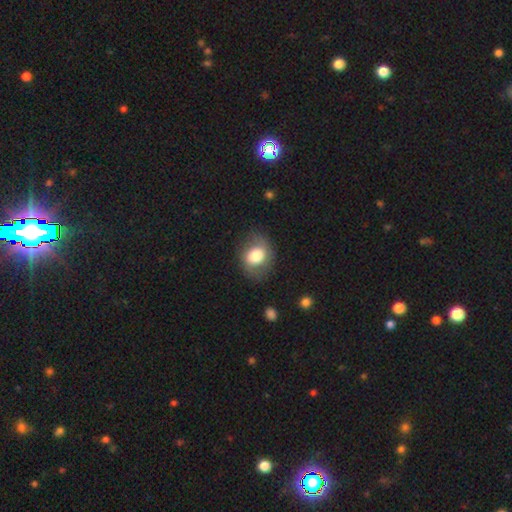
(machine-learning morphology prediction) Q: Smooth or featured?
A: smooth (70%); runner-up: featured or disk (23%)
Q: How rounded?
A: round (51%); runner-up: in between (48%)
Q: Merging?
A: none (74%); runner-up: minor disturbance (17%)